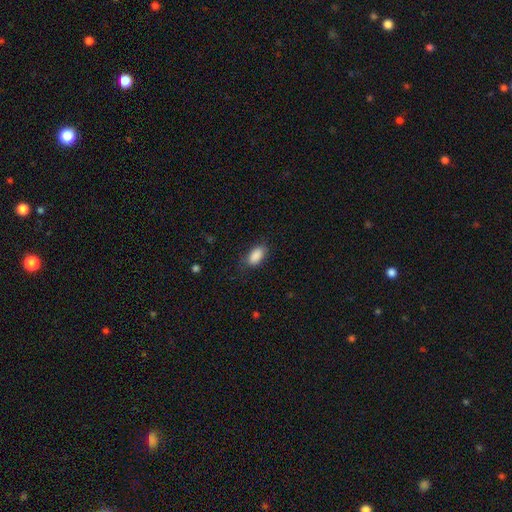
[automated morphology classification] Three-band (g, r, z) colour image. It shows a smooth galaxy with no disk features (89%) that is in between round and cigar-shaped (91%). Merging: none (79%).